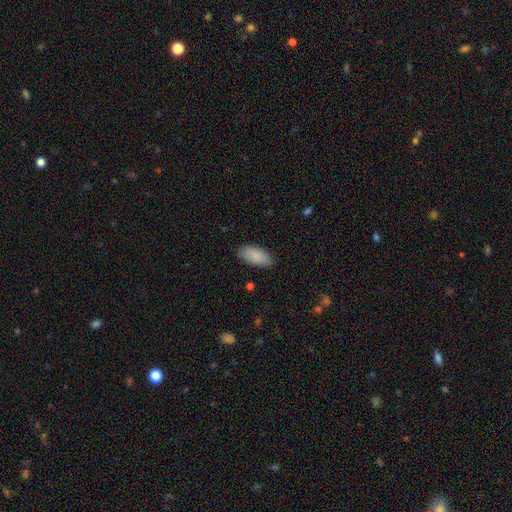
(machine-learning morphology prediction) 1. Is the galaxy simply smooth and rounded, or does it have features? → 88% smooth, 6% featured or disk, 6% star or artifact.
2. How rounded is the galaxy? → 90% in between, 8% cigar-shaped, 2% round.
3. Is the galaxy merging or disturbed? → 86% none, 11% minor disturbance, 2% major disturbance, 1% merger.